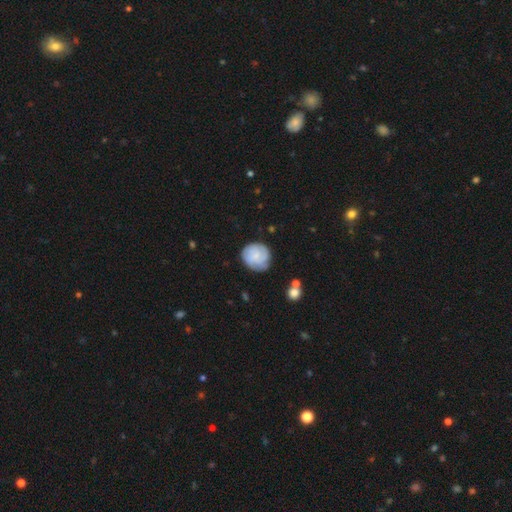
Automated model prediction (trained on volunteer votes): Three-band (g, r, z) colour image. It shows a featured or disk galaxy (48%). Merging: none (72%).